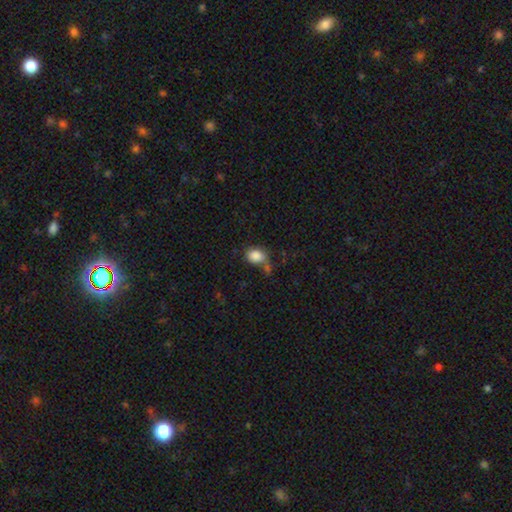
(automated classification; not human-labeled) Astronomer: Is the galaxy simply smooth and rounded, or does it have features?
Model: smooth — 86%.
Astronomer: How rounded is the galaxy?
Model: in between — 64%.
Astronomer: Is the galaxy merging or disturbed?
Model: none — 59%.